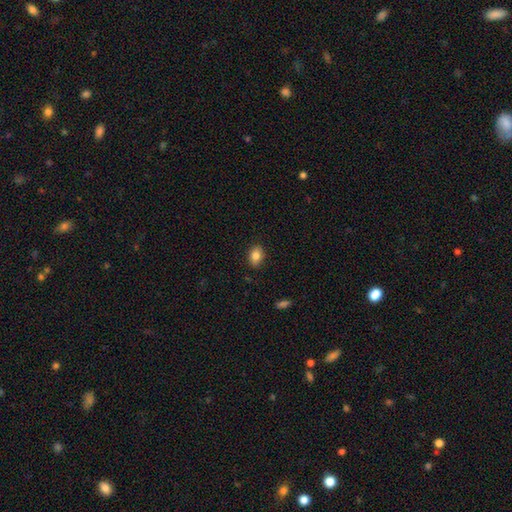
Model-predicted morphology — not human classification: The model was most divided on "how rounded": in between: 75%, round: 23%, cigar-shaped: 1%. More confident: merging — none (87%); smooth or featured — smooth (84%).